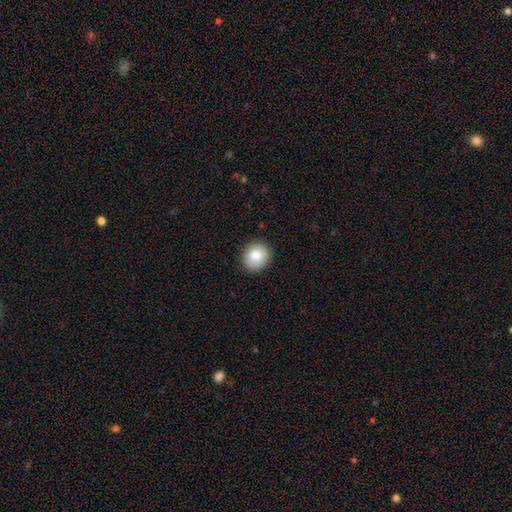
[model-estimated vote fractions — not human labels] The model was most divided on "how rounded": round: 79%, in between: 20%, cigar-shaped: 1%. More confident: merging — none (90%); smooth or featured — smooth (83%).